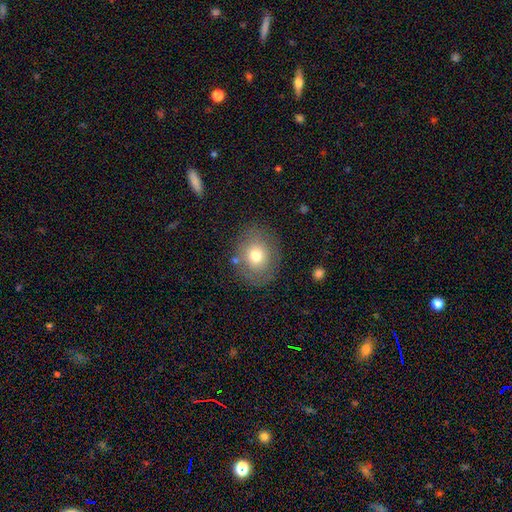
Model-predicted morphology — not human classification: Smooth or featured?
  - smooth: 71% *
  - featured or disk: 19%
  - star or artifact: 10%
How rounded?
  - round: 56% *
  - in between: 44%
  - cigar-shaped: 1%
Merging?
  - none: 79% *
  - minor disturbance: 13%
  - major disturbance: 5%
  - merger: 3%